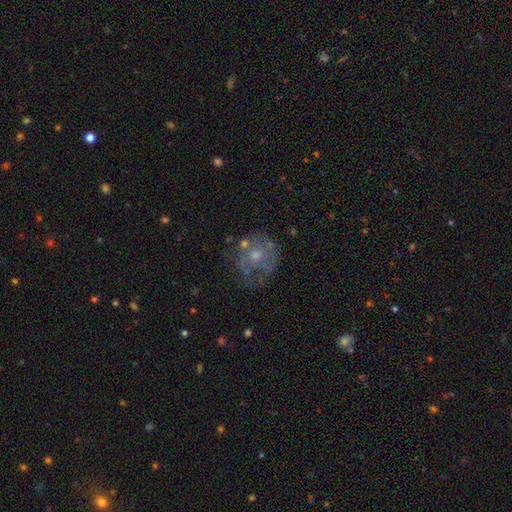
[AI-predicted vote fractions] Overall: featured or disk (59%; smooth 31%). Edge-on disk: no (98%). Bar: no (82%). Spiral arms: no (55%; yes 45%). Bulge size: small (50%; moderate 41%). Merging: none (50%; minor disturbance 22%).